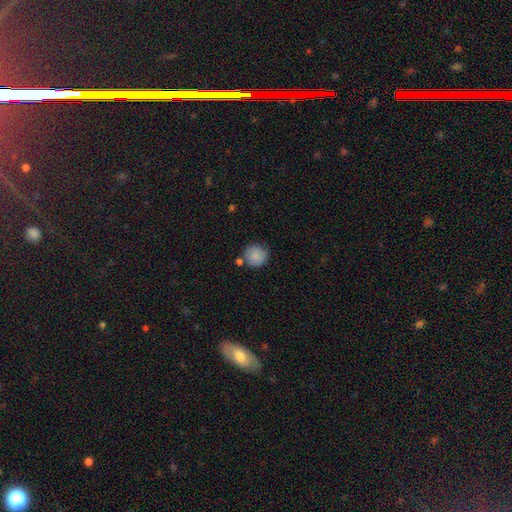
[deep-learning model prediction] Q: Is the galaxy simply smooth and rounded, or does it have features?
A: smooth — 87%.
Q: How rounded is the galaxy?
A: round — 93%.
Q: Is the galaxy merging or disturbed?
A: none — 76%.